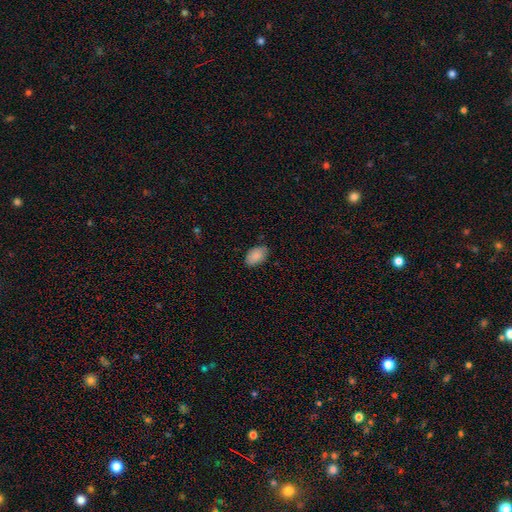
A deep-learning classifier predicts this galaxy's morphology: smooth_or_featured: smooth (p=0.87) [alt: star or artifact p=0.07]
how_rounded: in between (p=0.90) [alt: round p=0.09]
merging: none (p=0.79) [alt: minor disturbance p=0.17]